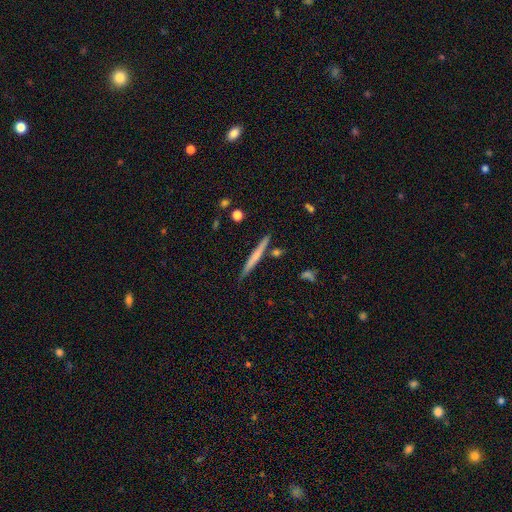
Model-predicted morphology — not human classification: Smooth or featured: smooth — 50% (featured or disk — 44%)
Merging: none — 85% (minor disturbance — 9%)